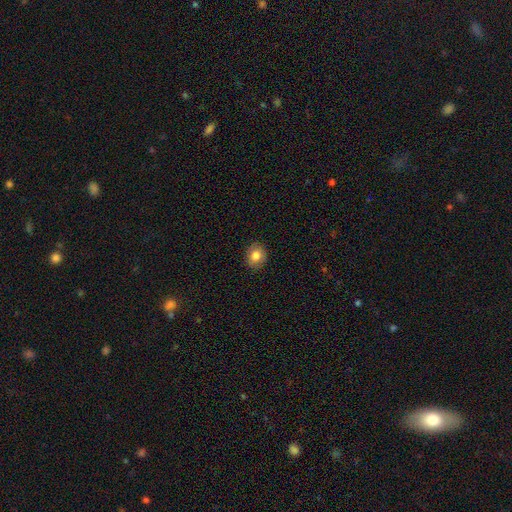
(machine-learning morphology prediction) smooth 83%, star or artifact 9%, featured or disk 8%. Down the decision tree: how rounded — round (60%); merging — none (89%).